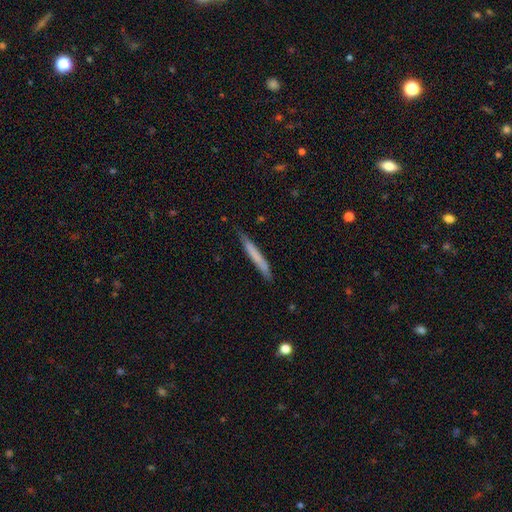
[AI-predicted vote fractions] Smooth or featured? Predicted: smooth (p=0.67). How rounded? Predicted: cigar-shaped (p=0.96). Merging? Predicted: none (p=0.82).